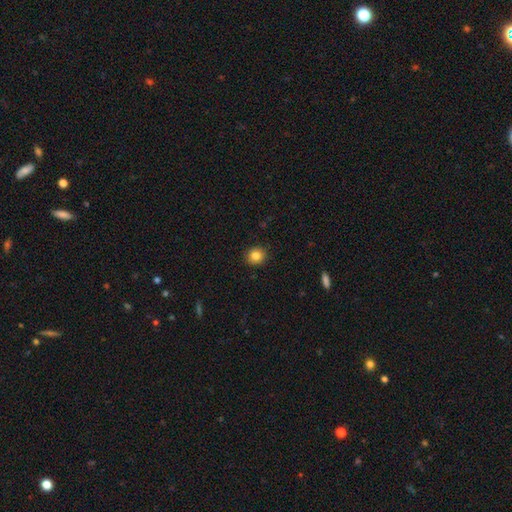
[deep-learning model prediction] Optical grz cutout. It shows a smooth galaxy with no disk features (83%) that is round (86%). Merging: none (91%).